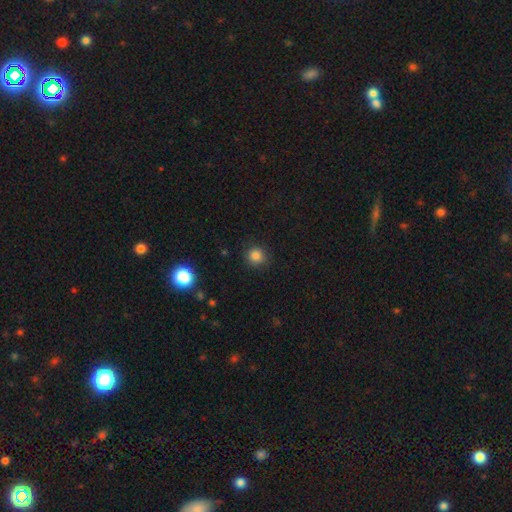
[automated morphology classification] type=smooth (84%); roundness=round (92%); merging=none (88%).